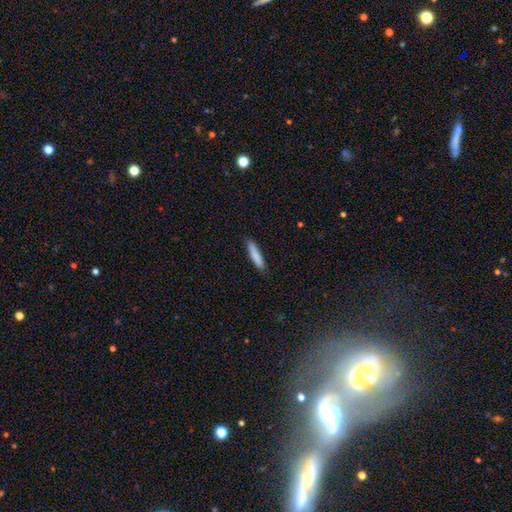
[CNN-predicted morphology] A smooth galaxy with no disk features (84%) that is cigar-shaped (88%). Merging: none (87%).